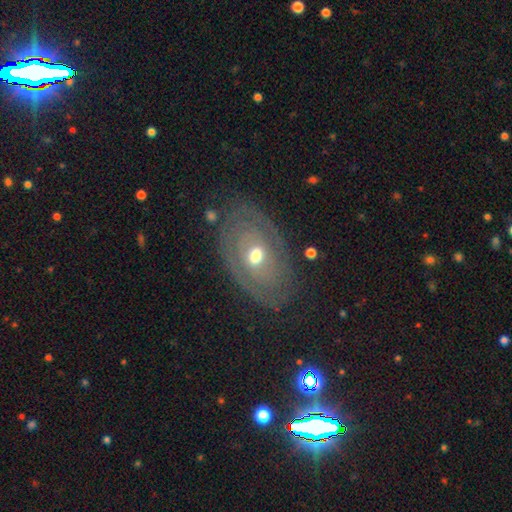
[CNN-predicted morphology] This appears to be a featured or disk galaxy (69%) with no bar (74%), spiral arms (56%) and a moderate central bulge (66%). Merging: none (77%).